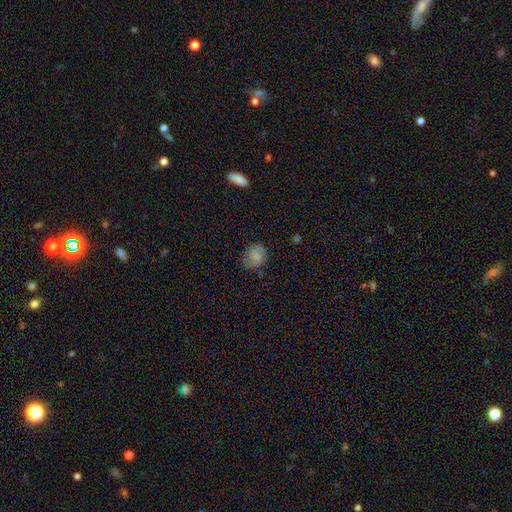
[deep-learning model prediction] This appears to be a smooth galaxy with no disk features (60%) that is round (60%). Merging: none (70%).